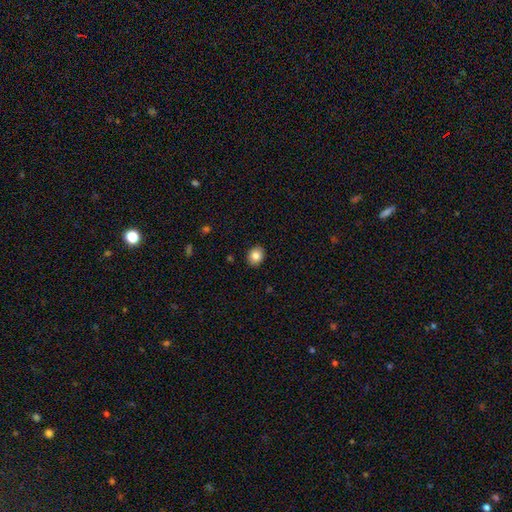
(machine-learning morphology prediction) Smooth or featured: smooth — 83% (star or artifact — 9%)
How rounded: round — 62% (in between — 37%)
Merging: none — 90% (minor disturbance — 8%)